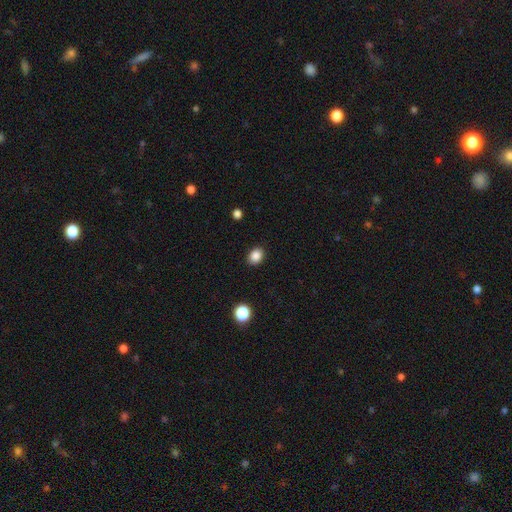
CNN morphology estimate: Smooth or featured? Predicted: smooth (p=0.87). How rounded? Predicted: in between (p=0.52). Merging? Predicted: none (p=0.90).